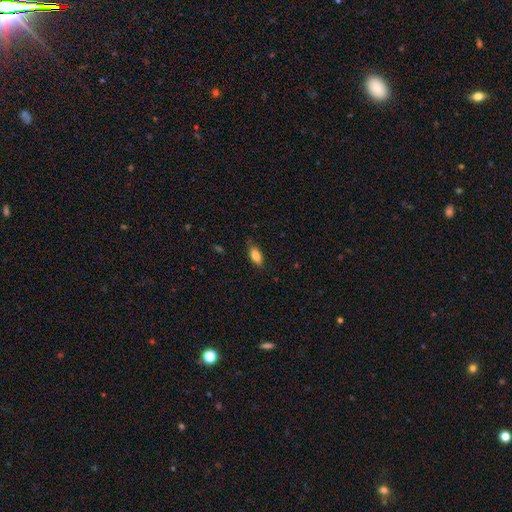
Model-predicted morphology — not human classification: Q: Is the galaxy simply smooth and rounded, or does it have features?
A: smooth — 85%.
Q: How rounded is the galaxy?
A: in between — 88%.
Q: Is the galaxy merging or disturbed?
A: none — 81%.